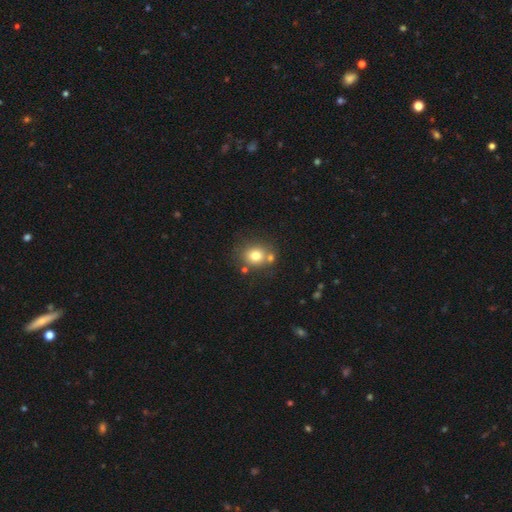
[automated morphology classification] Overall: smooth (76%). How rounded: round (75%). Merging: none (65%).